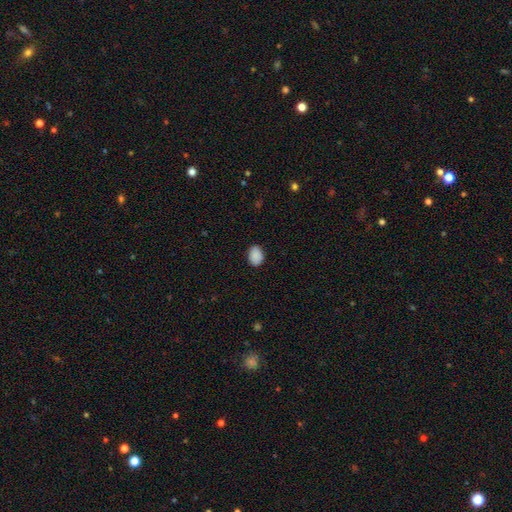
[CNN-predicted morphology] Q: Smooth or featured?
A: smooth (89%); runner-up: star or artifact (8%)
Q: How rounded?
A: in between (74%); runner-up: round (25%)
Q: Merging?
A: none (84%); runner-up: minor disturbance (12%)